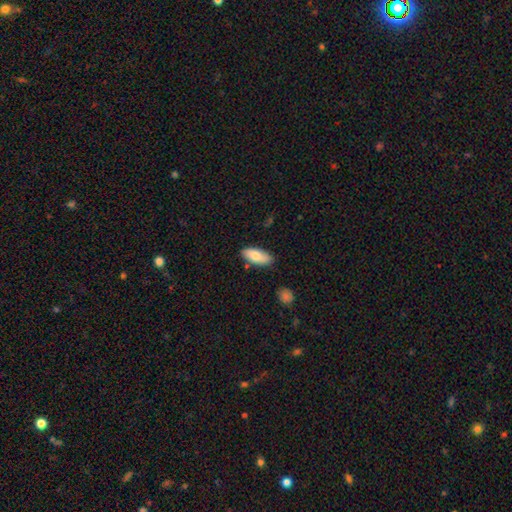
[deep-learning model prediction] Smooth or featured? smooth (82%)
How rounded? in between (87%)
Merging? none (82%)